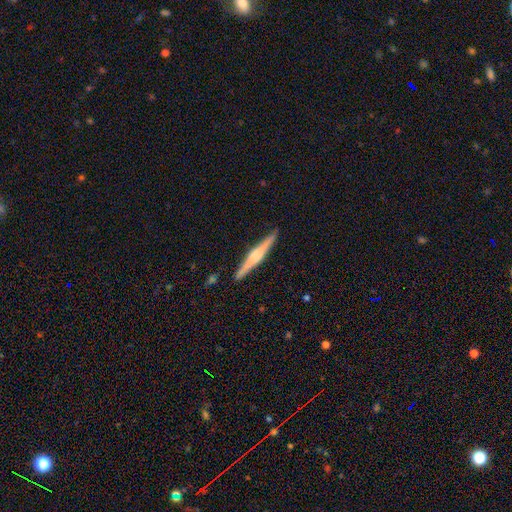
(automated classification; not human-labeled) Smooth or featured? featured or disk (70%)
Edge-on disk? yes (98%)
Edge-on bulge? rounded (79%)
Merging? none (91%)